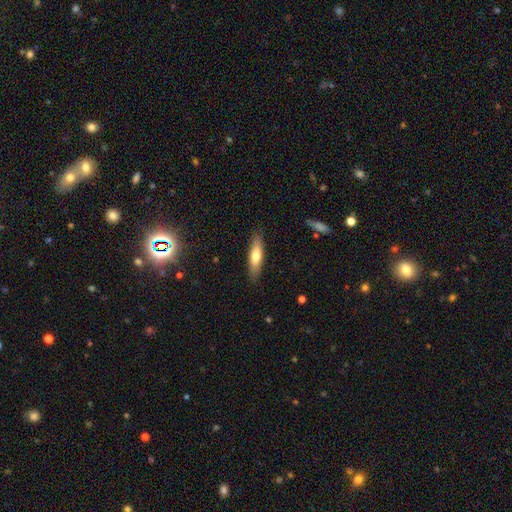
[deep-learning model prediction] Smooth or featured? smooth (65%)
How rounded? cigar-shaped (67%)
Merging? none (88%)